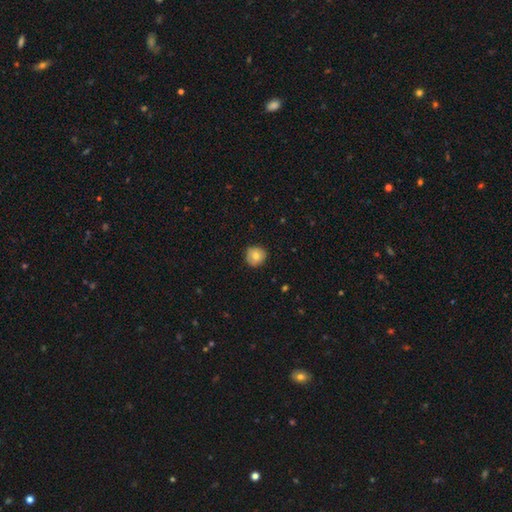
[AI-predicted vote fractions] Overall: smooth (78%). How rounded: round (90%). Merging: none (85%).